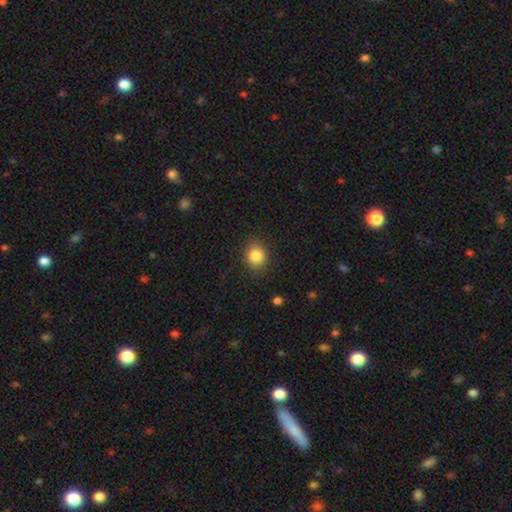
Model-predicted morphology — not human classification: smooth_or_featured: smooth (p=0.85) [alt: star or artifact p=0.10]
how_rounded: round (p=0.75) [alt: in between p=0.24]
merging: none (p=0.87) [alt: minor disturbance p=0.09]